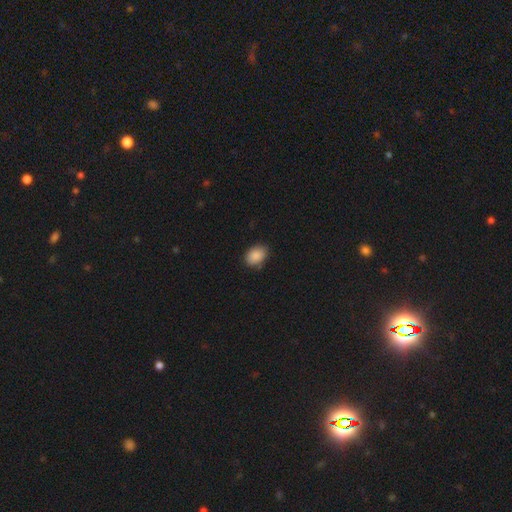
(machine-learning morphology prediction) Q: Smooth or featured?
A: smooth (89%); runner-up: star or artifact (7%)
Q: How rounded?
A: in between (76%); runner-up: round (23%)
Q: Merging?
A: none (81%); runner-up: minor disturbance (15%)